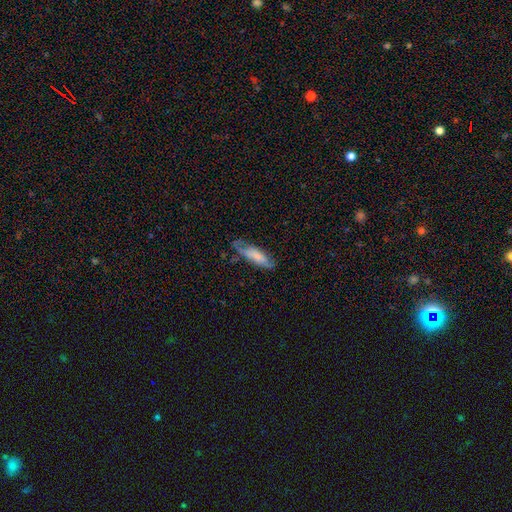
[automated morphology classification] Smooth or featured? smooth (65%)
How rounded? cigar-shaped (55%)
Merging? none (50%)